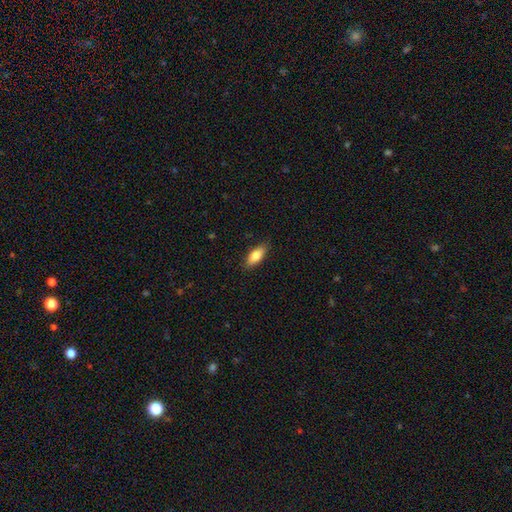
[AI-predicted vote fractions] The model was most divided on "how rounded": in between: 76%, cigar-shaped: 21%, round: 2%. More confident: merging — none (86%); smooth or featured — smooth (78%).